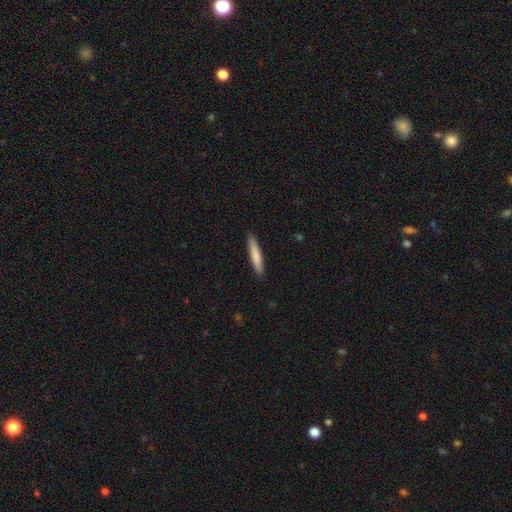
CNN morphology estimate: smooth_or_featured: smooth (p=0.79) [alt: featured or disk p=0.16]
how_rounded: cigar-shaped (p=0.92) [alt: in between p=0.07]
merging: none (p=0.90) [alt: minor disturbance p=0.08]